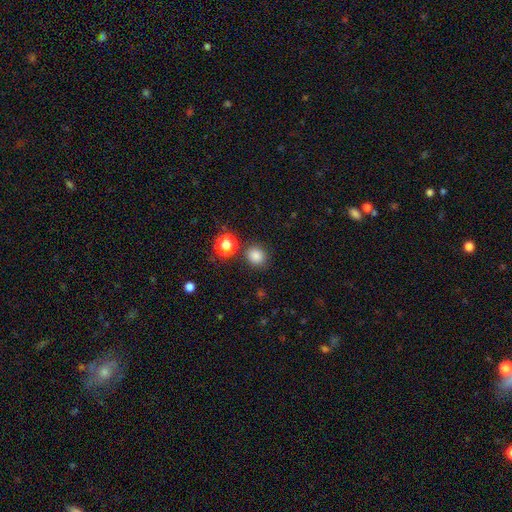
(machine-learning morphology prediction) Smooth or featured: smooth — 81% (star or artifact — 15%)
How rounded: round — 85% (in between — 14%)
Merging: none — 83% (minor disturbance — 8%)